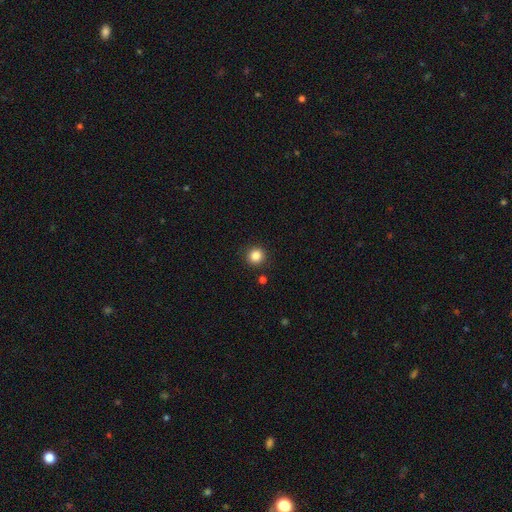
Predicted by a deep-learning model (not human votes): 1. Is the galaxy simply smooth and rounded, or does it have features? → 85% smooth, 11% star or artifact, 4% featured or disk.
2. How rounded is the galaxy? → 93% round, 6% in between, 1% cigar-shaped.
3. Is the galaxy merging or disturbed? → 91% none, 6% minor disturbance, 2% major disturbance, 2% merger.